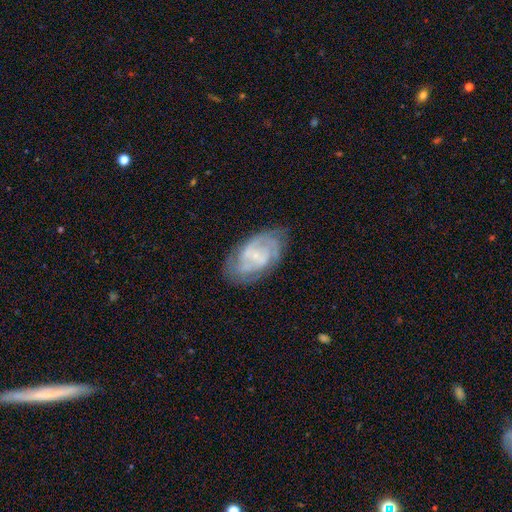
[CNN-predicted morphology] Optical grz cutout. It shows a featured or disk galaxy (79%) with a weak bar (44%), 2 (43%) tight (51%) spiral arms (91%) and a small central bulge (73%). Merging: none (70%).